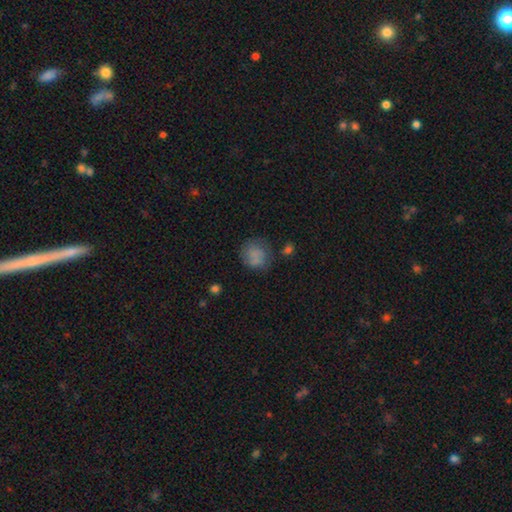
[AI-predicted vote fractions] Smooth or featured: smooth — 74% (featured or disk — 16%)
How rounded: round — 80% (in between — 19%)
Merging: none — 59% (minor disturbance — 23%)